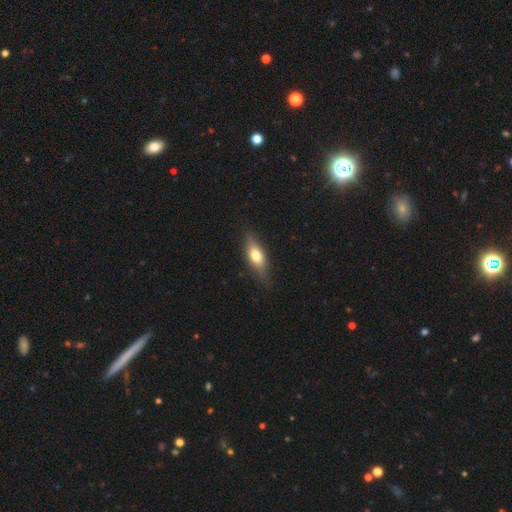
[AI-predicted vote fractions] Smooth or featured? Predicted: smooth (p=0.61). How rounded? Predicted: in between (p=0.66). Merging? Predicted: none (p=0.77).